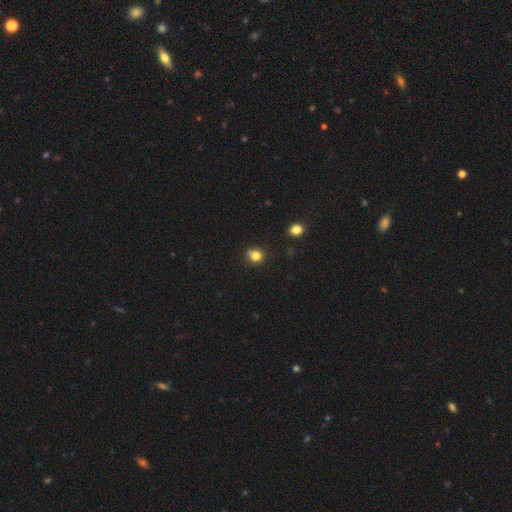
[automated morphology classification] The model was most divided on "merging": none: 66%, minor disturbance: 19%, merger: 10%, major disturbance: 4%. More confident: smooth or featured — smooth (79%); how rounded — round (77%).